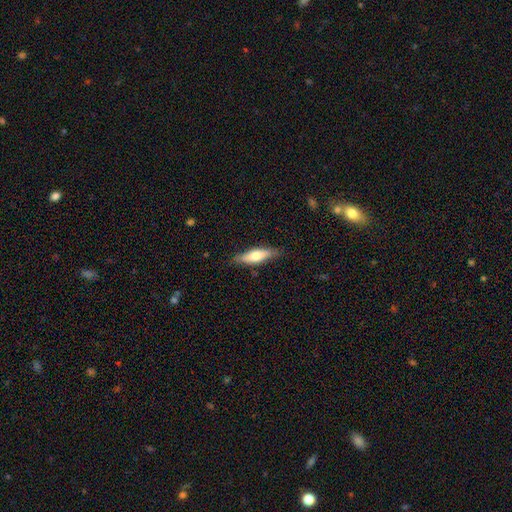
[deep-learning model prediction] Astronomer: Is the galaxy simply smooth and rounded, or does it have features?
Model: smooth — 56% (runner-up: featured or disk, 38%).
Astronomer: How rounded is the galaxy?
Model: cigar-shaped — 58% (runner-up: in between, 40%).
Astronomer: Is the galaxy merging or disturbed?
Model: none — 84%.